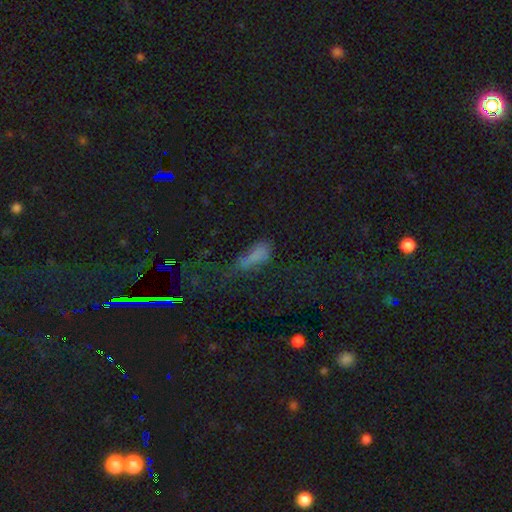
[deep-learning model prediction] smooth 59%, star or artifact 28%, featured or disk 13%. Down the decision tree: how rounded — in between (60%); merging — none (33%, tied with major disturbance).